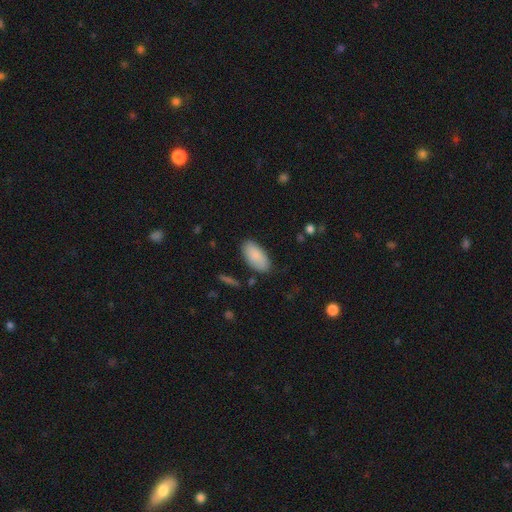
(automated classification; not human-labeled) The model was most divided on "merging": none: 81%, minor disturbance: 14%, major disturbance: 3%, merger: 2%. More confident: how rounded — in between (94%); smooth or featured — smooth (86%).